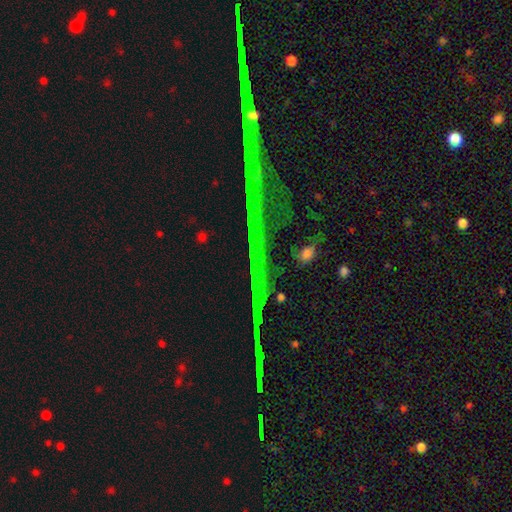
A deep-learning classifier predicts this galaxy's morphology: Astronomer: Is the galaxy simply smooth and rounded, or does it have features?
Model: star or artifact — 87%.